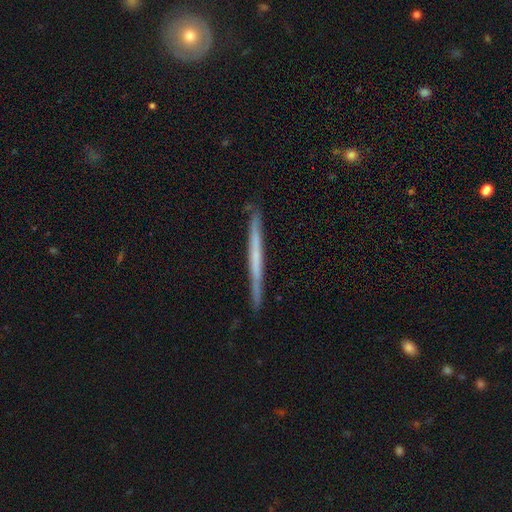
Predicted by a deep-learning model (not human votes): Q: Smooth or featured?
A: featured or disk (53%); runner-up: smooth (41%)
Q: Edge-on disk?
A: yes (97%); runner-up: no (3%)
Q: Edge-on bulge?
A: none (89%); runner-up: rounded (7%)
Q: Merging?
A: none (90%); runner-up: minor disturbance (8%)